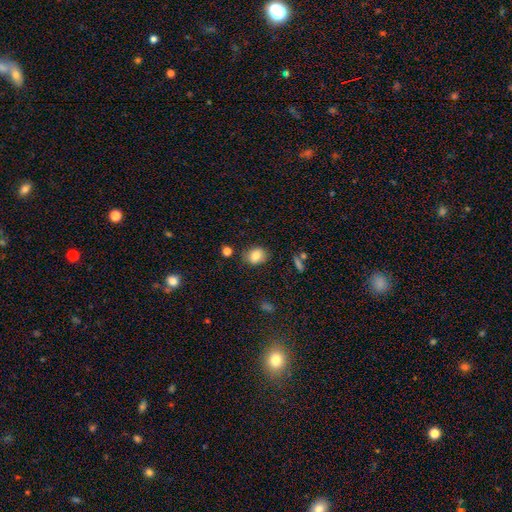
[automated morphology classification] Smooth or featured: smooth — 82% (star or artifact — 10%)
How rounded: in between — 51% (round — 48%)
Merging: none — 79% (minor disturbance — 14%)